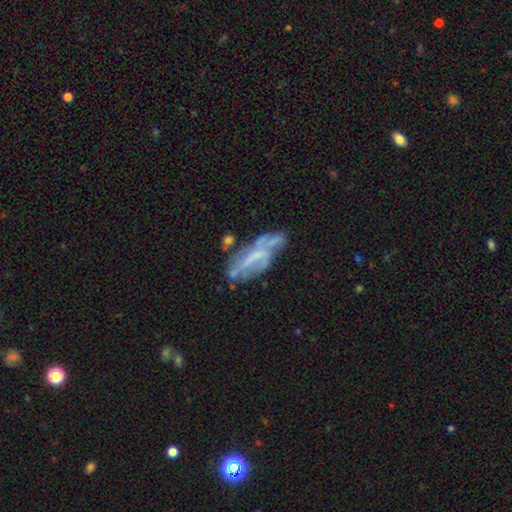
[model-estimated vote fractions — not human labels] This is likely a featured or disk galaxy (67%). It is clearly not viewed edge-on (82%). Bar: marginally no (41%). Spiral arm pattern: possibly yes (57%). Central bulge: possibly none (47%). Merging: possibly none (46%).